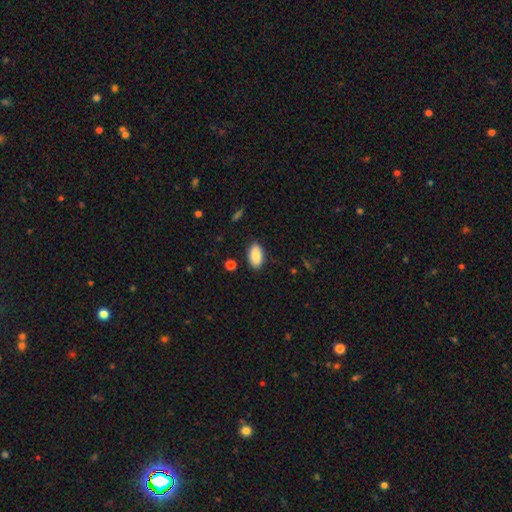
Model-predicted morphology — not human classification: The model was most divided on "merging": none: 87%, minor disturbance: 9%, major disturbance: 2%, merger: 2%. More confident: how rounded — in between (93%); smooth or featured — smooth (86%).